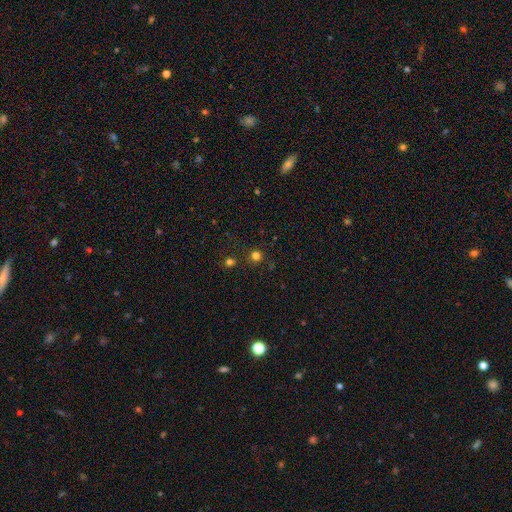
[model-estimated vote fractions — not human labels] A smooth galaxy with no disk features (74%) that is round (94%). Merging: none (85%).